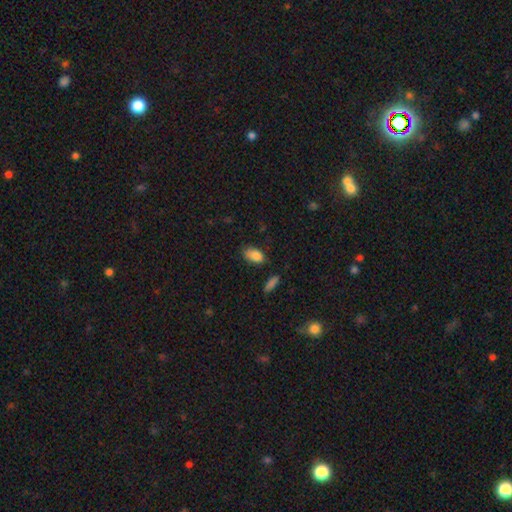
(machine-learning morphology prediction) smooth 86%, star or artifact 8%, featured or disk 6%. Down the decision tree: how rounded — in between (91%); merging — none (71%).